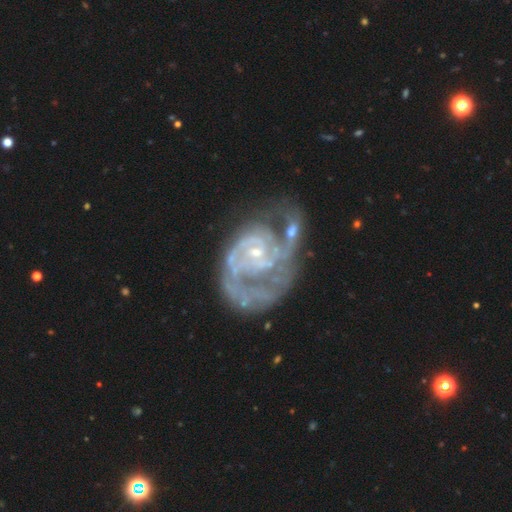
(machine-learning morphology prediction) This is clearly a featured or disk galaxy (88%). It is clearly not viewed edge-on (98%). Bar: likely no (67%). Spiral arm pattern: clearly yes (90%). Spiral arm count: marginally 2 (40%). Spiral winding: possibly tight (45%). Central bulge: likely small (76%). Merging: marginally none (34%).